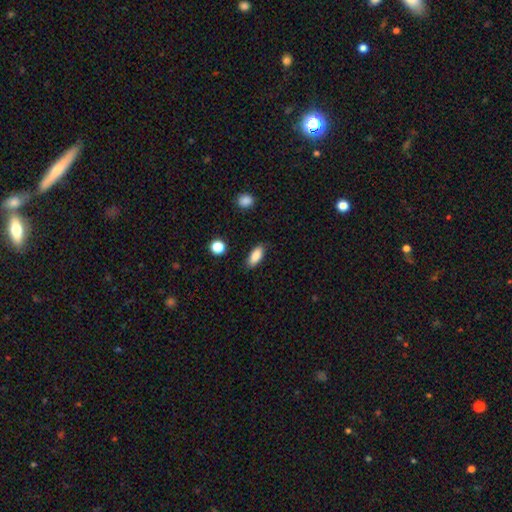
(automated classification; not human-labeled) Q: Smooth or featured?
A: smooth (86%); runner-up: star or artifact (7%)
Q: How rounded?
A: in between (81%); runner-up: cigar-shaped (16%)
Q: Merging?
A: none (84%); runner-up: minor disturbance (12%)